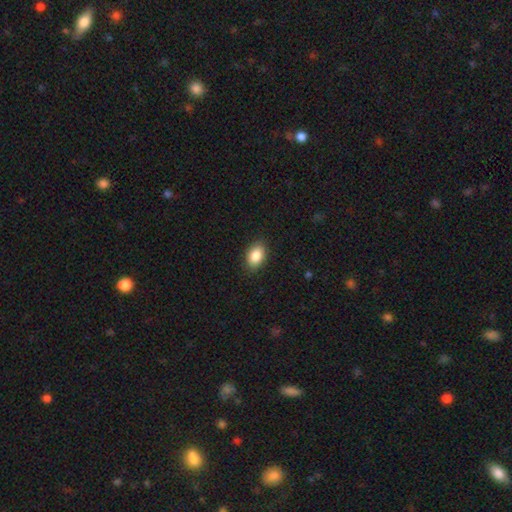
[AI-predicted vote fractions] Q: Smooth or featured?
A: smooth (88%); runner-up: star or artifact (7%)
Q: How rounded?
A: in between (87%); runner-up: round (11%)
Q: Merging?
A: none (87%); runner-up: minor disturbance (10%)